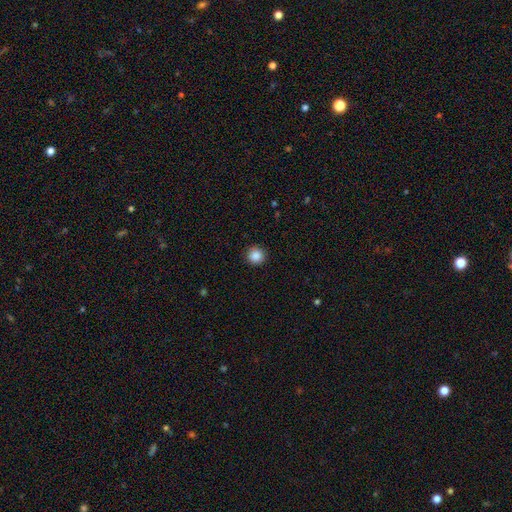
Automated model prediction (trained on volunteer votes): Morphology: type=smooth (87%); roundness=round (95%); merging=none (92%).